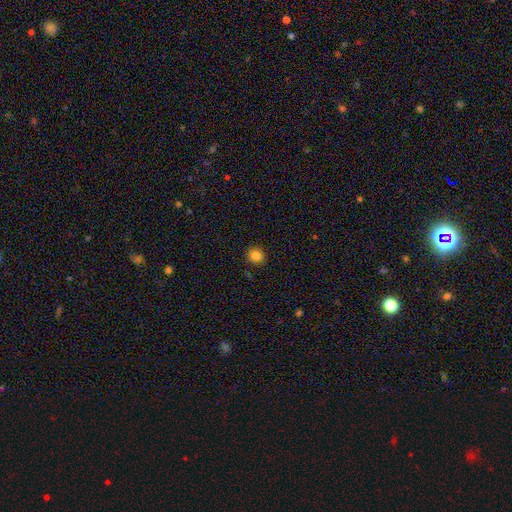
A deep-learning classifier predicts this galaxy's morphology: A smooth galaxy with no disk features (84%) that is round (84%). Merging: none (89%).